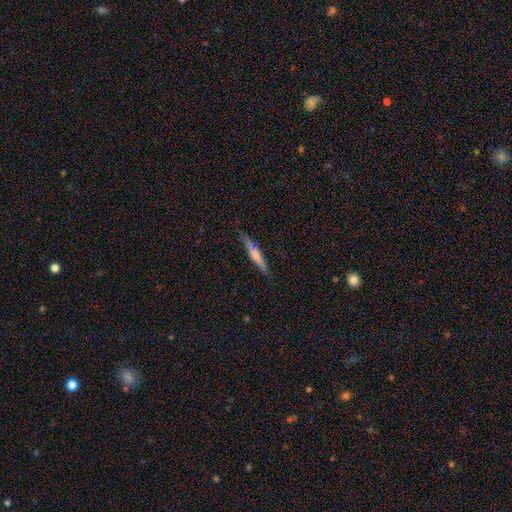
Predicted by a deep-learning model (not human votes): smooth_or_featured: smooth (p=0.55) [alt: featured or disk p=0.38]
how_rounded: cigar-shaped (p=0.90) [alt: in between p=0.09]
merging: none (p=0.77) [alt: minor disturbance p=0.16]